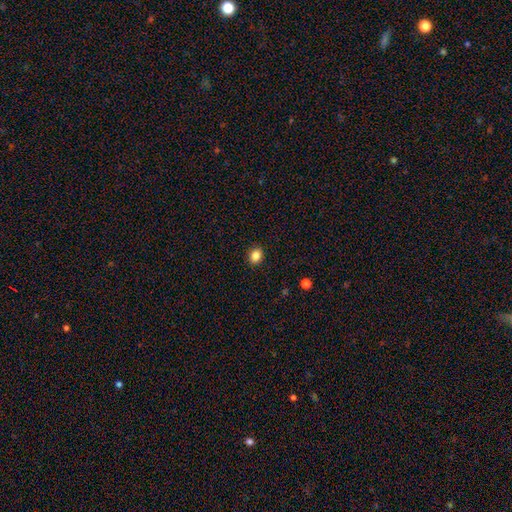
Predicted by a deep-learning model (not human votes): A smooth galaxy with no disk features (85%) that is in between round and cigar-shaped (50%). Merging: none (90%).